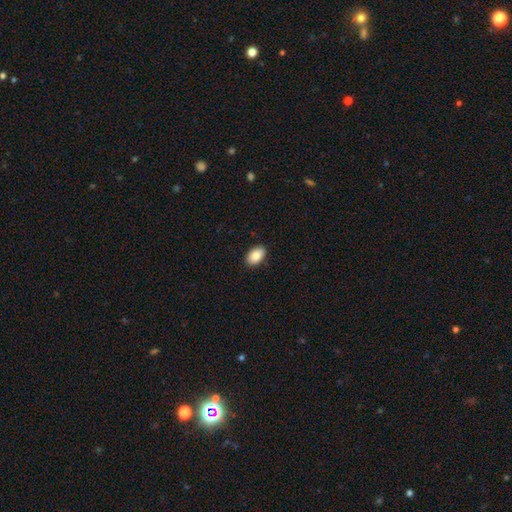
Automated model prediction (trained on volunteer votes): A smooth galaxy with no disk features (86%) that is in between round and cigar-shaped (92%). Merging: none (89%).